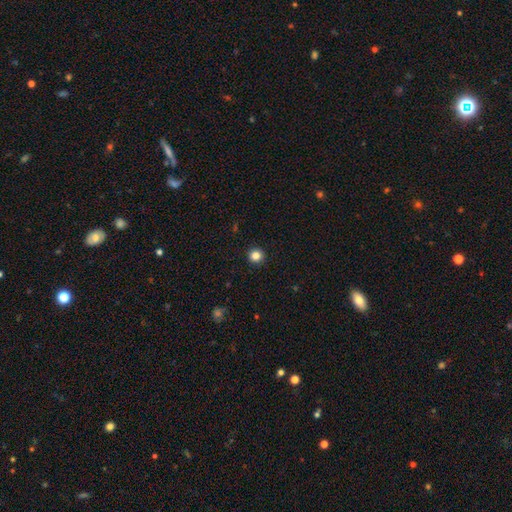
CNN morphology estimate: The model was most divided on "smooth or featured": smooth: 84%, star or artifact: 12%, featured or disk: 4%. More confident: how rounded — round (95%); merging — none (94%).